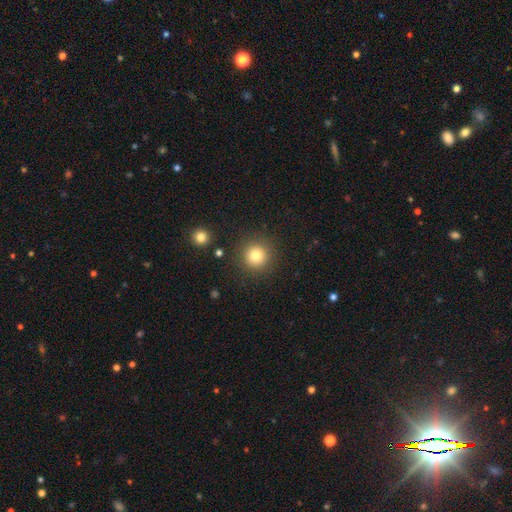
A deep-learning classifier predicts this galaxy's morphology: Q: Smooth or featured?
A: smooth (81%); runner-up: star or artifact (12%)
Q: How rounded?
A: round (95%); runner-up: in between (4%)
Q: Merging?
A: none (88%); runner-up: minor disturbance (6%)